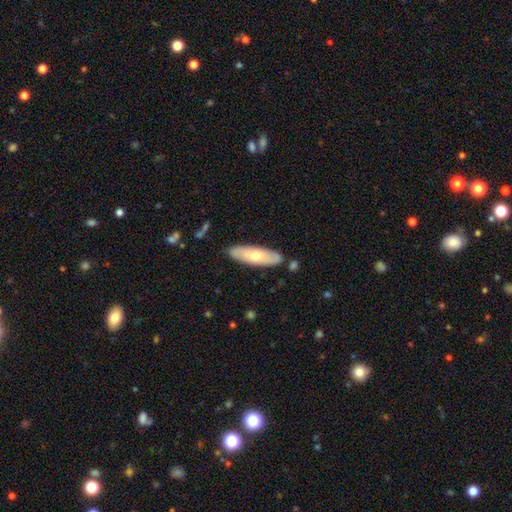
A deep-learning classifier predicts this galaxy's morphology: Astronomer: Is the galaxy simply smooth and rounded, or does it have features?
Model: smooth — 57% (runner-up: featured or disk, 38%).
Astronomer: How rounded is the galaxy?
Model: cigar-shaped — 49%, tied with in between at 49%.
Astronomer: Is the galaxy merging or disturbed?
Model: none — 84%.